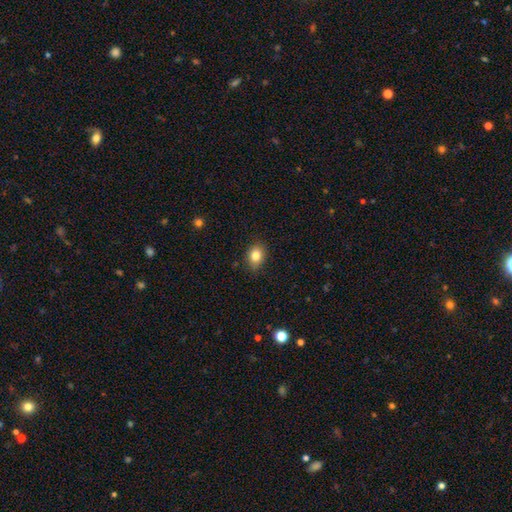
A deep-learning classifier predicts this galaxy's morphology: smooth_or_featured: smooth (p=0.82) [alt: star or artifact p=0.10]
how_rounded: in between (p=0.64) [alt: round p=0.35]
merging: none (p=0.84) [alt: minor disturbance p=0.12]